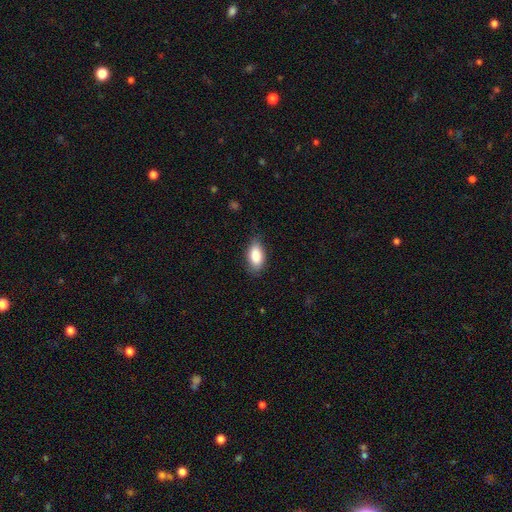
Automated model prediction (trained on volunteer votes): smooth-or-featured: smooth: 87% | featured or disk: 7% | star or artifact: 7%
  how-rounded: in between: 91% | cigar-shaped: 5% | round: 4%
  merging: none: 77% | minor disturbance: 18% | major disturbance: 3% | merger: 1%